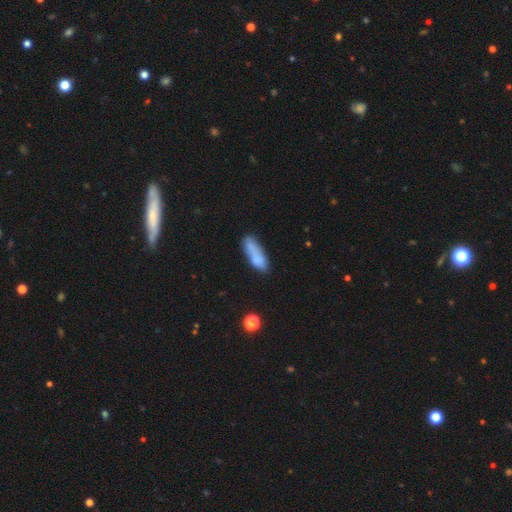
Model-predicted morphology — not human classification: Overall: smooth (76%). How rounded: cigar-shaped (52%; in between 46%). Merging: none (51%; minor disturbance 24%).